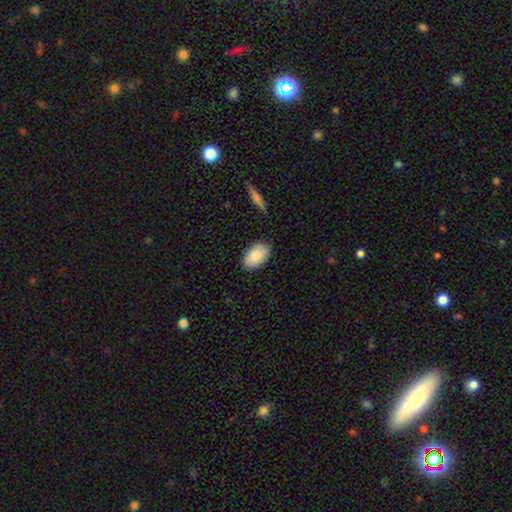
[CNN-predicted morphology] This is clearly a smooth galaxy (86%). How rounded: clearly in between (93%). Merging: clearly none (83%).